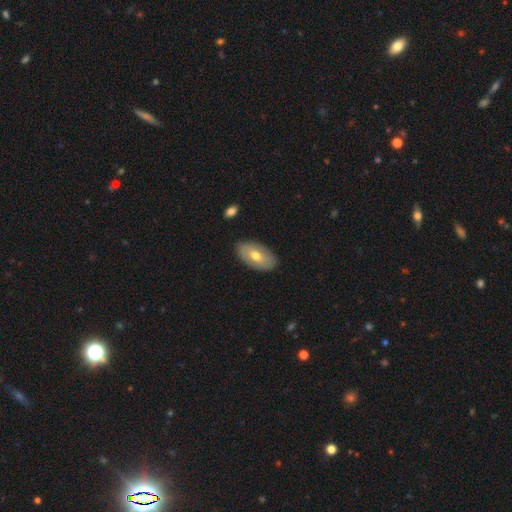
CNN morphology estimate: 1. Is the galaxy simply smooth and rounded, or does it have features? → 62% smooth, 32% featured or disk, 6% star or artifact.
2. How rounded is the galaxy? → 93% in between, 5% round, 2% cigar-shaped.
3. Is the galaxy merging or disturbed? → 85% none, 11% minor disturbance, 2% major disturbance, 1% merger.